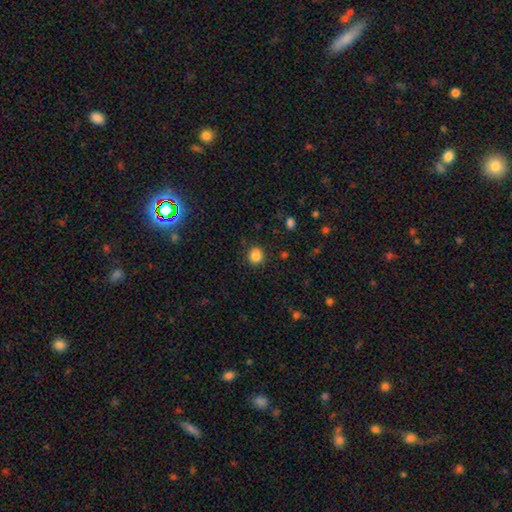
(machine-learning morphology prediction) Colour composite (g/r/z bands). It shows a smooth galaxy with no disk features (85%) that is round (79%). Merging: none (86%).